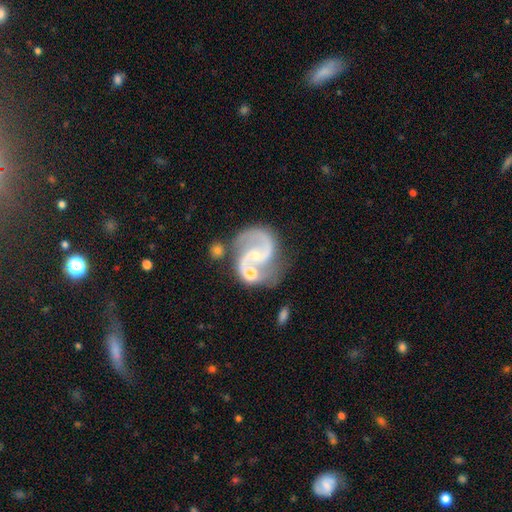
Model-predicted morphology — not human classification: This is clearly a featured or disk galaxy (90%). It is clearly not viewed edge-on (98%). Bar: possibly no (50%). Spiral arm pattern: clearly yes (98%). Spiral arm count: clearly 2 (91%). Spiral winding: possibly medium (60%). Central bulge: likely small (62%). Merging: possibly none (49%).